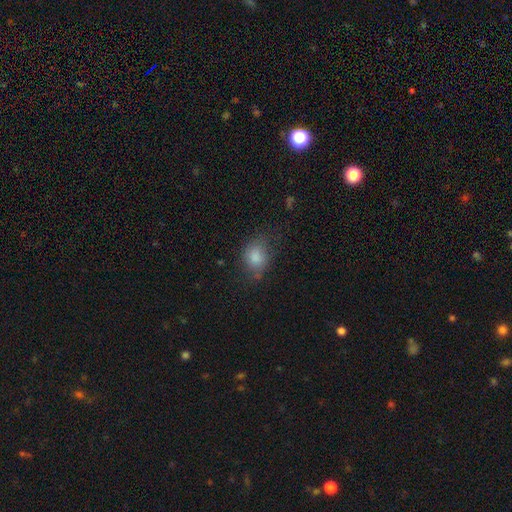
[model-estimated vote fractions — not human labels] smooth 77%, featured or disk 12%, star or artifact 12%. Down the decision tree: how rounded — in between (60%); merging — none (61%).